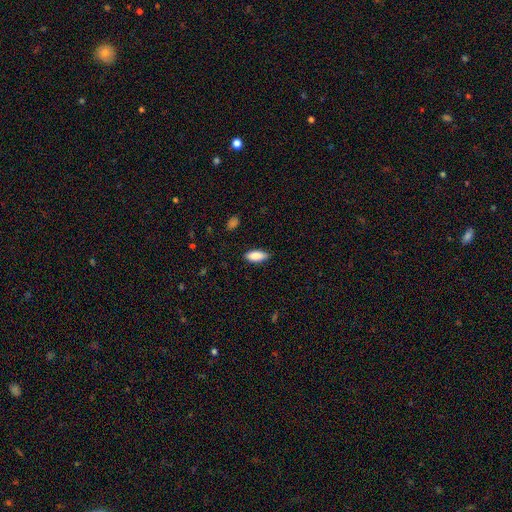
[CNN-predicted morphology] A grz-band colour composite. It shows a smooth galaxy with no disk features (86%) that is in between round and cigar-shaped (81%). Merging: none (82%).